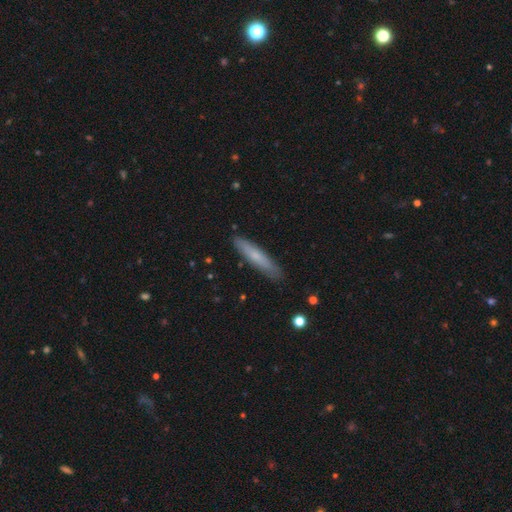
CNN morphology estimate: Overall: smooth (65%; featured or disk 29%). How rounded: cigar-shaped (89%). Merging: none (88%).